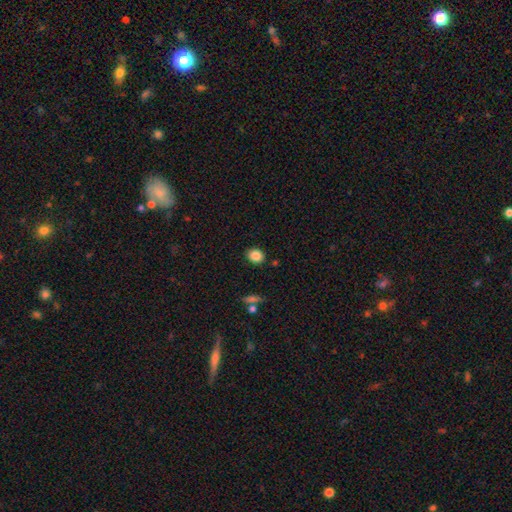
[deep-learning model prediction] A smooth galaxy with no disk features (84%) that is round (60%).

Vote fractions:
- Smooth or featured? smooth: 84% / star or artifact: 10% / featured or disk: 6%
- How rounded? round: 60% / in between: 39% / cigar-shaped: 1%
- Merging? none: 86% / minor disturbance: 9% / merger: 3% / major disturbance: 2%